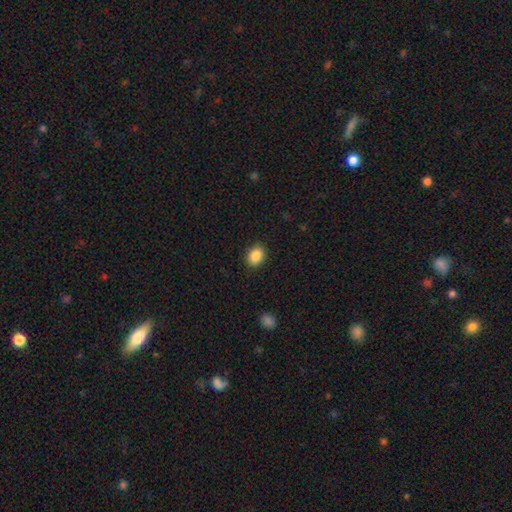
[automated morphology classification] smooth-or-featured: smooth: 87% | star or artifact: 9% | featured or disk: 4%
  how-rounded: in between: 56% | round: 43% | cigar-shaped: 1%
  merging: none: 89% | minor disturbance: 8% | major disturbance: 2% | merger: 1%